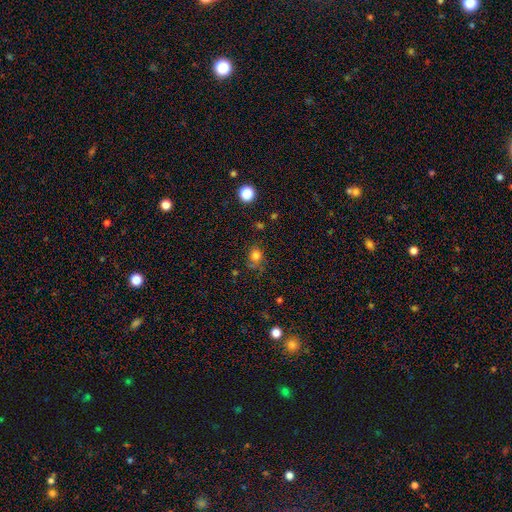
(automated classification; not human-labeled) This is likely a smooth galaxy (79%). How rounded: likely round (72%). Merging: likely none (68%).